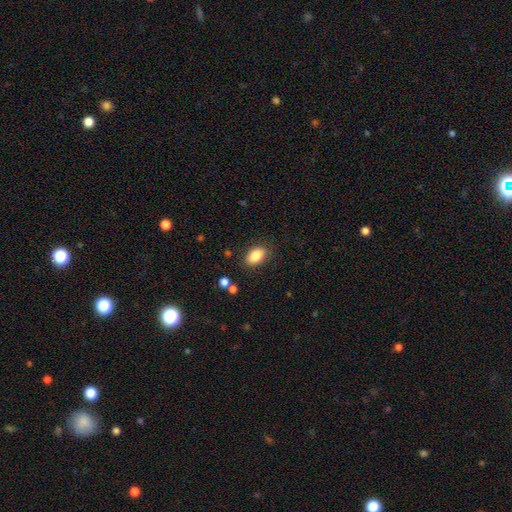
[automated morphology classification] A smooth galaxy with no disk features (86%) that is in between round and cigar-shaped (89%). Merging: none (84%).